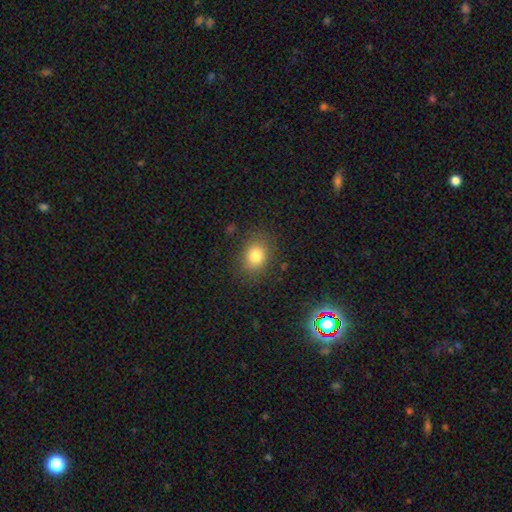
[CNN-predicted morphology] Smooth or featured? Predicted: smooth (p=0.80). How rounded? Predicted: in between (p=0.51). Merging? Predicted: none (p=0.83).